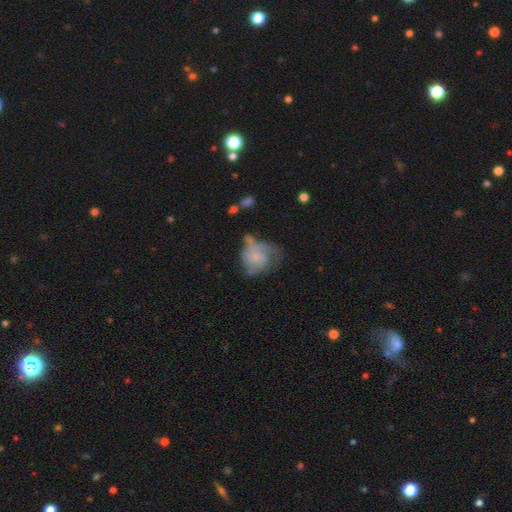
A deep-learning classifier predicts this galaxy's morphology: smooth_or_featured: featured or disk (p=0.61) [alt: smooth p=0.32]
disk_edge_on: no (p=0.98) [alt: yes p=0.02]
bar: no (p=0.70) [alt: weak p=0.26]
has_spiral_arms: yes (p=0.82) [alt: no p=0.18]
bulge_size: small (p=0.41) [alt: none p=0.36]
merging: none (p=0.35) [alt: major disturbance p=0.32]